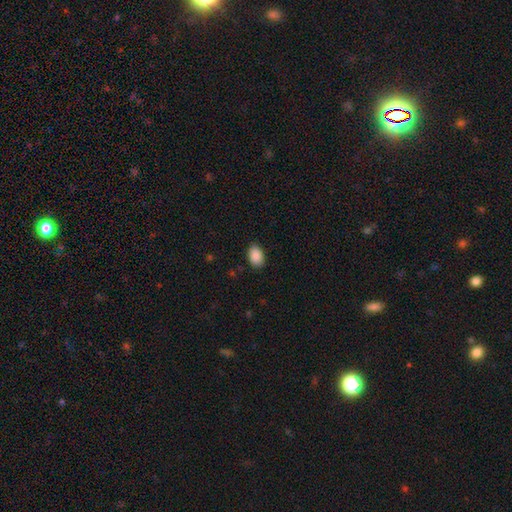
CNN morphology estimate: smooth_or_featured: smooth (p=0.90) [alt: star or artifact p=0.07]
how_rounded: in between (p=0.89) [alt: round p=0.10]
merging: none (p=0.86) [alt: minor disturbance p=0.10]